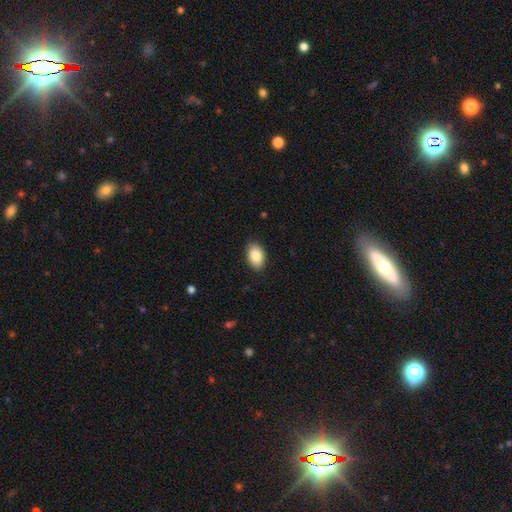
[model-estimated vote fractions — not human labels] Smooth or featured? smooth (87%)
How rounded? in between (91%)
Merging? none (88%)